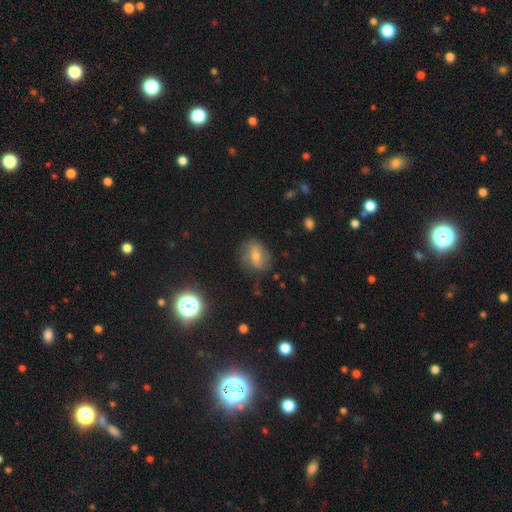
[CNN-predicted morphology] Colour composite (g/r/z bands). It shows a smooth galaxy with no disk features (45%). Merging: none (71%).